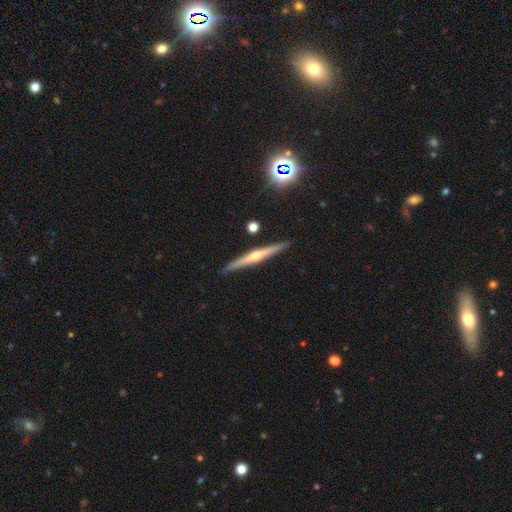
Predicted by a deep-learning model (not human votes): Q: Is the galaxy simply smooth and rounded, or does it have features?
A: featured or disk — 73%.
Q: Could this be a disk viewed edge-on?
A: yes — 98%.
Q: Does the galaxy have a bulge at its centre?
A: rounded — 85%.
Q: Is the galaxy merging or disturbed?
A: none — 90%.